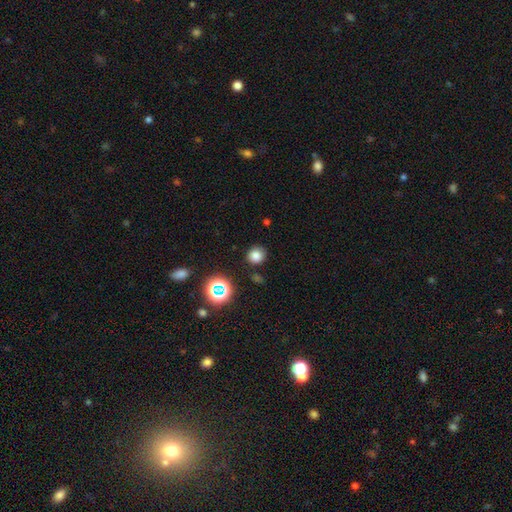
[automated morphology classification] A smooth galaxy with no disk features (78%) that is round (87%). Merging: none (84%).